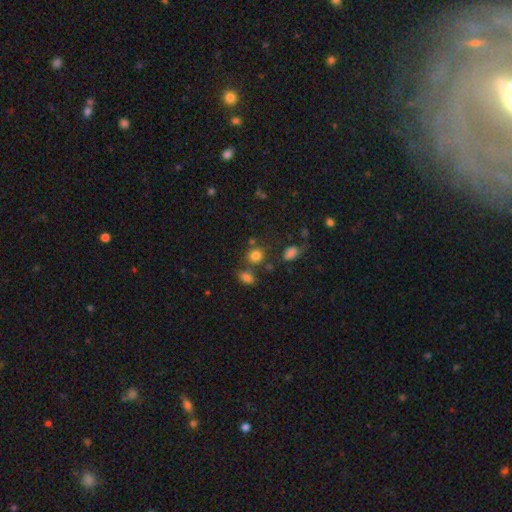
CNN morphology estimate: smooth-or-featured: smooth: 78% | star or artifact: 15% | featured or disk: 7%
  how-rounded: round: 78% | in between: 21% | cigar-shaped: 1%
  merging: none: 66% | merger: 17% | minor disturbance: 12% | major disturbance: 5%